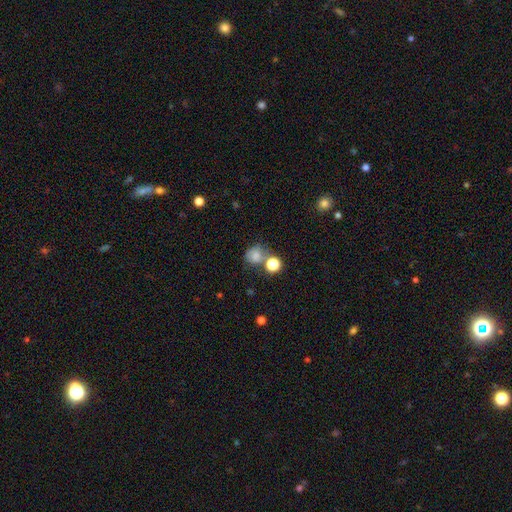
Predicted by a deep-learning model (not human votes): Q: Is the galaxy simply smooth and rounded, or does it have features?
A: smooth — 71%.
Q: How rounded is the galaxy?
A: round — 70%.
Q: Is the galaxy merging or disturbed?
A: none — 47%.